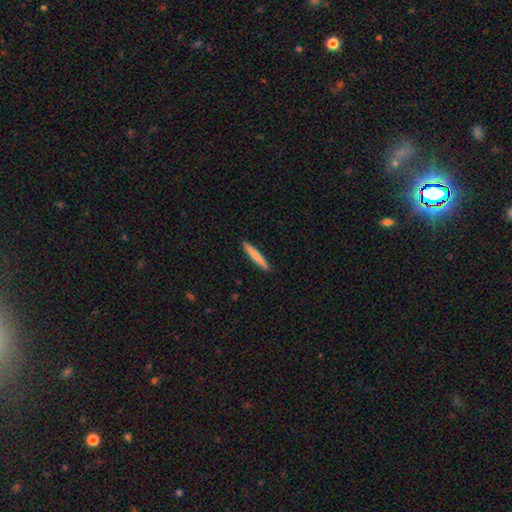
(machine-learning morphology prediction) Smooth or featured? smooth (76%)
How rounded? cigar-shaped (95%)
Merging? none (92%)